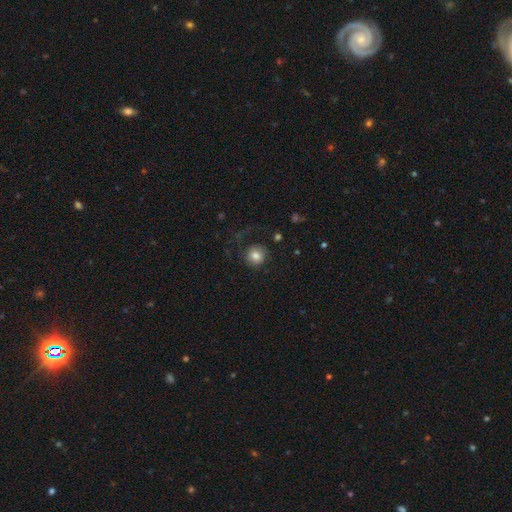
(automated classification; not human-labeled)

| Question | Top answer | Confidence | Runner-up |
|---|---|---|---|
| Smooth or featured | smooth | 80% | featured or disk (11%) |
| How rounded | round | 92% | in between (7%) |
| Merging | none | 72% | major disturbance (13%) |